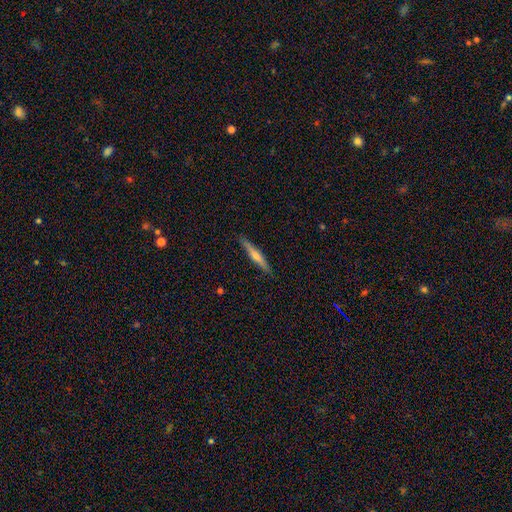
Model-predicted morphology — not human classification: Q: Smooth or featured?
A: featured or disk (60%); runner-up: smooth (34%)
Q: Edge-on disk?
A: yes (96%); runner-up: no (4%)
Q: Edge-on bulge?
A: rounded (78%); runner-up: none (16%)
Q: Merging?
A: none (90%); runner-up: minor disturbance (8%)